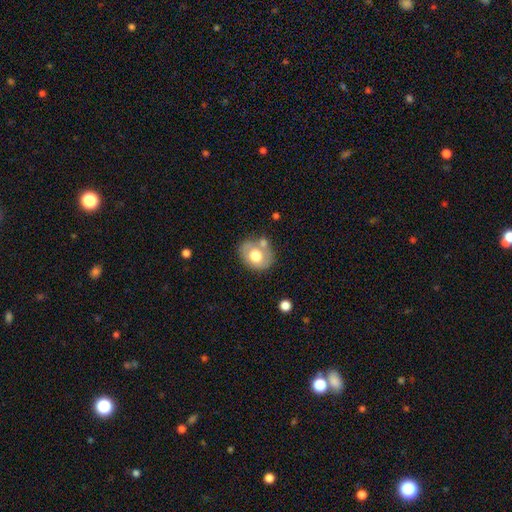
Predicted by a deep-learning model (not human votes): Overall: smooth (61%; featured or disk 31%). How rounded: in between (55%; round 44%). Merging: none (61%).